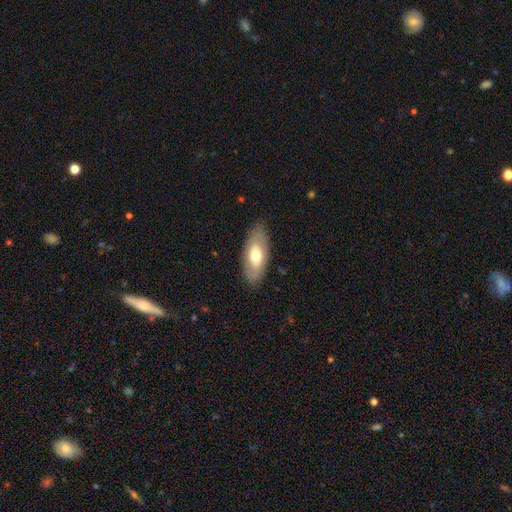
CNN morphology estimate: Smooth or featured? smooth (62%)
How rounded? in between (87%)
Merging? none (82%)